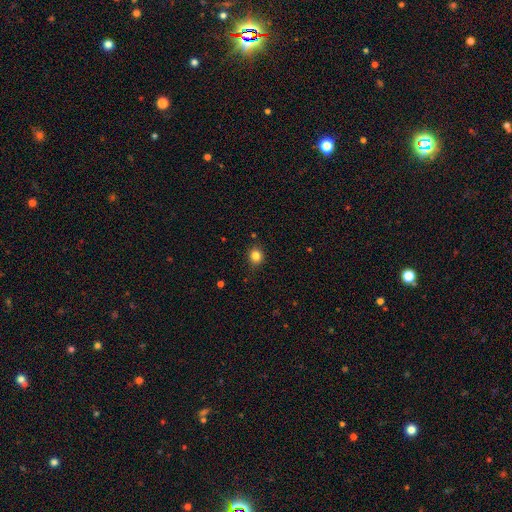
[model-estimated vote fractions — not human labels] Smooth or featured: smooth — 83% (star or artifact — 12%)
How rounded: round — 76% (in between — 23%)
Merging: none — 86% (minor disturbance — 11%)